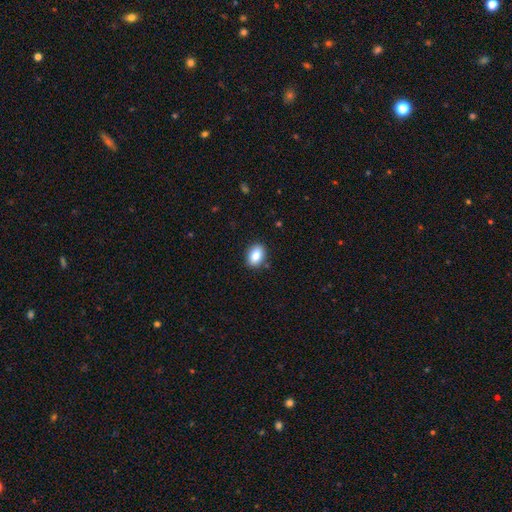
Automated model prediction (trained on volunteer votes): The model was most divided on "how rounded": in between: 83%, round: 15%, cigar-shaped: 1%. More confident: merging — none (87%); smooth or featured — smooth (87%).